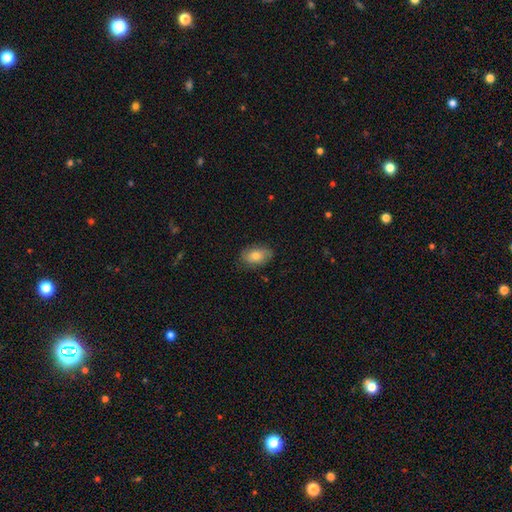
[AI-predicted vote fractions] Smooth or featured? smooth (72%)
How rounded? in between (88%)
Merging? none (78%)